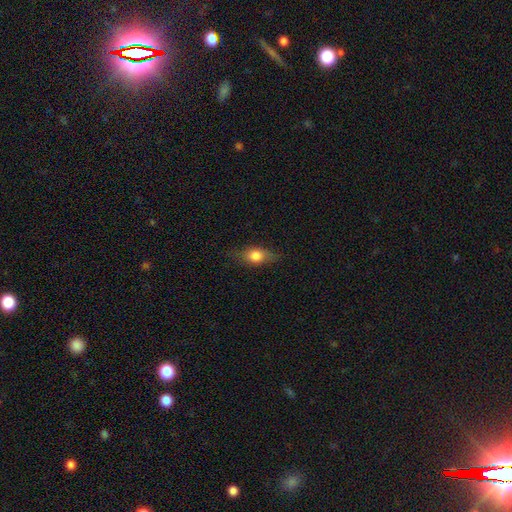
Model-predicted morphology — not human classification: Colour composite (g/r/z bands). It shows a smooth galaxy with no disk features (74%) that is in between round and cigar-shaped (71%). Merging: none (76%).